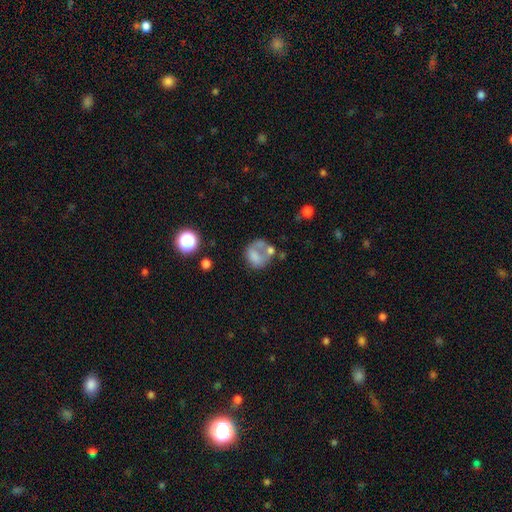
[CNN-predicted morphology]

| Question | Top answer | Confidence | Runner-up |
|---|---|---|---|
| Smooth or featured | smooth | 56% | featured or disk (31%) |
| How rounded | round | 61% | in between (38%) |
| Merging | none | 32% | merger (25%) |